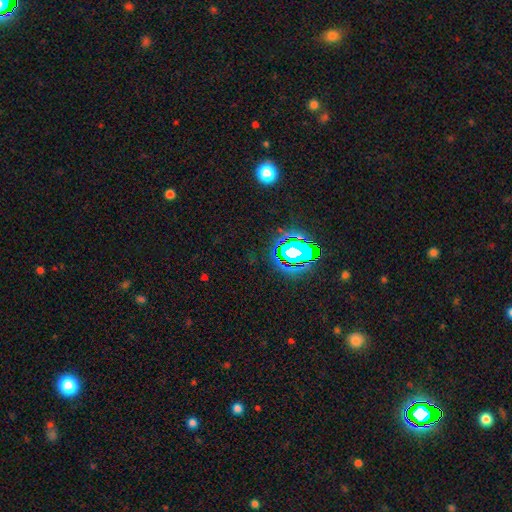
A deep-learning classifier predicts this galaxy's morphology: This appears to be a star or artifact, not a galaxy (75%).